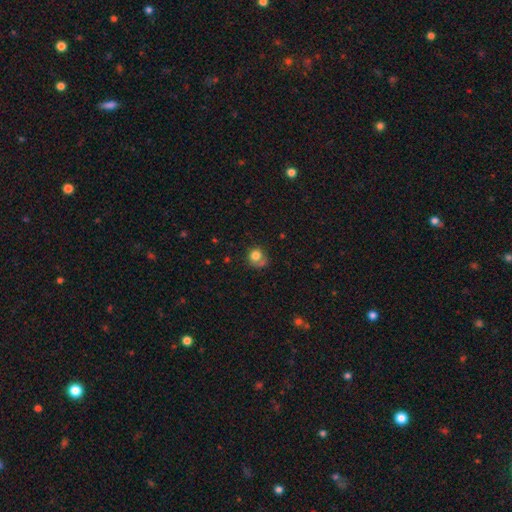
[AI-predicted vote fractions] This is likely a smooth galaxy (78%). How rounded: likely round (77%). Merging: possibly none (50%).